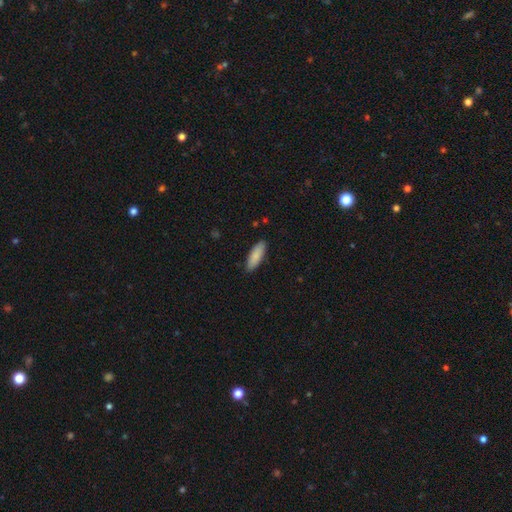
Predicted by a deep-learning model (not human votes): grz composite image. It shows a smooth galaxy with no disk features (86%) that is in between round and cigar-shaped (60%). Merging: none (88%).